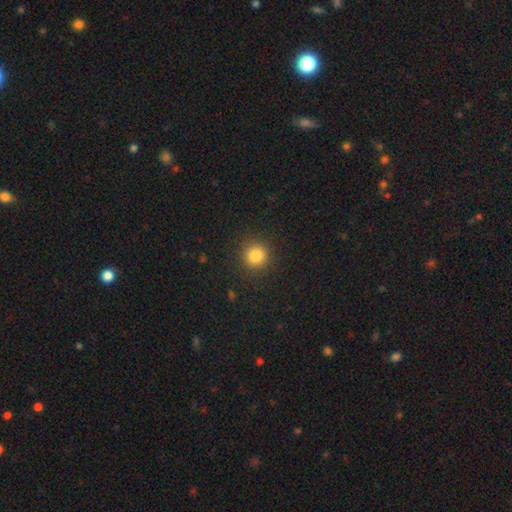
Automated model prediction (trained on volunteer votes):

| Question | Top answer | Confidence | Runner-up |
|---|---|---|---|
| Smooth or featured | smooth | 83% | star or artifact (12%) |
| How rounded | round | 92% | in between (7%) |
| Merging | none | 90% | minor disturbance (6%) |